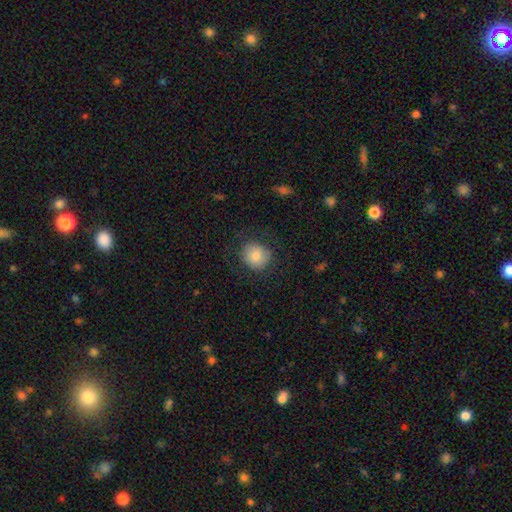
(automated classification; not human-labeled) Q: Smooth or featured?
A: smooth (79%); runner-up: featured or disk (12%)
Q: How rounded?
A: round (84%); runner-up: in between (15%)
Q: Merging?
A: none (78%); runner-up: minor disturbance (13%)